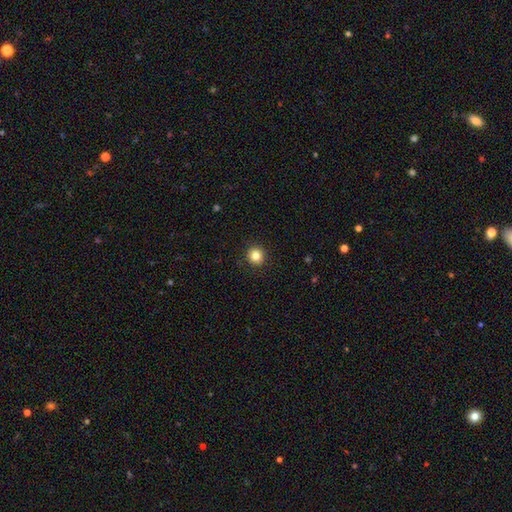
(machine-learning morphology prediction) The model was most divided on "smooth or featured": smooth: 83%, star or artifact: 11%, featured or disk: 6%. More confident: how rounded — round (94%); merging — none (93%).